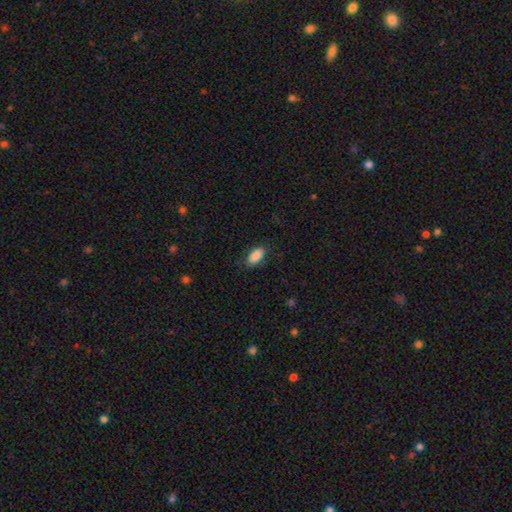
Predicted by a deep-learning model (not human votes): Smooth or featured?
  - smooth: 87% *
  - star or artifact: 7%
  - featured or disk: 6%
How rounded?
  - in between: 93% *
  - cigar-shaped: 4%
  - round: 3%
Merging?
  - none: 84% *
  - minor disturbance: 12%
  - major disturbance: 3%
  - merger: 1%